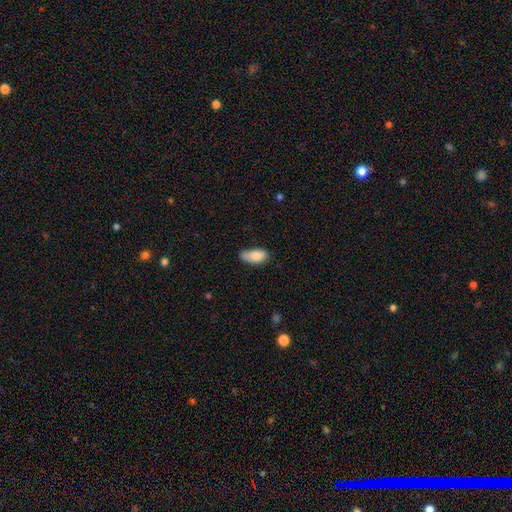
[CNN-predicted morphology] smooth 83%, featured or disk 10%, star or artifact 7%. Down the decision tree: how rounded — in between (89%); merging — none (56%).